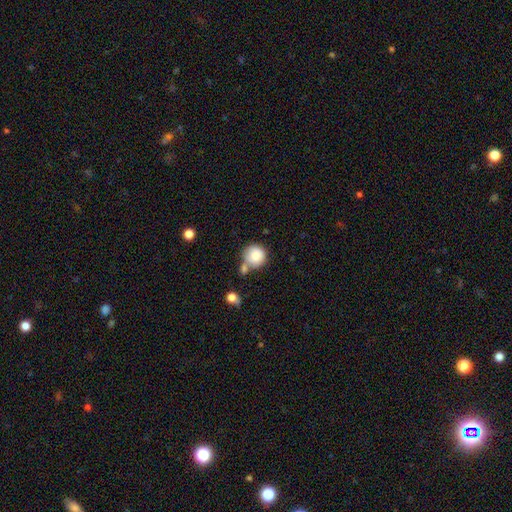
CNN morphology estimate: Smooth or featured: smooth — 84% (star or artifact — 8%)
How rounded: round — 93% (in between — 7%)
Merging: none — 56% (merger — 25%)